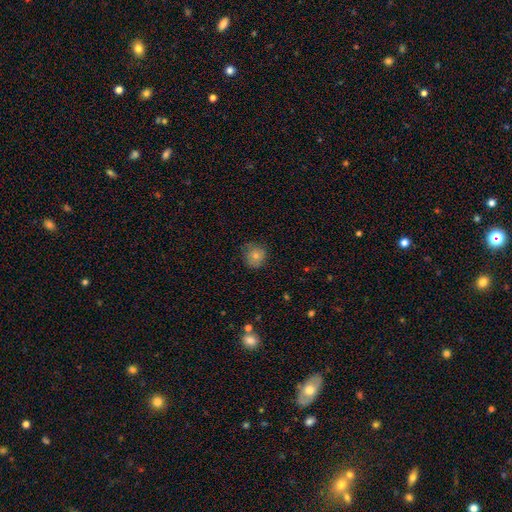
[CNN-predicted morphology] Smooth or featured? smooth (69%)
How rounded? round (89%)
Merging? none (78%)